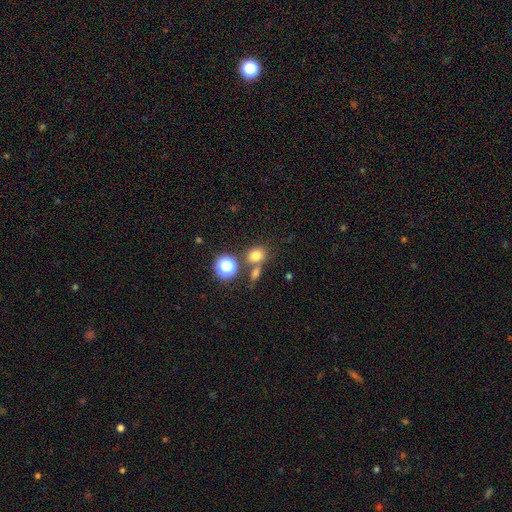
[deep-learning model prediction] The model was most divided on "how rounded": round: 60%, in between: 39%, cigar-shaped: 1%. More confident: smooth or featured — smooth (75%); merging — none (62%).